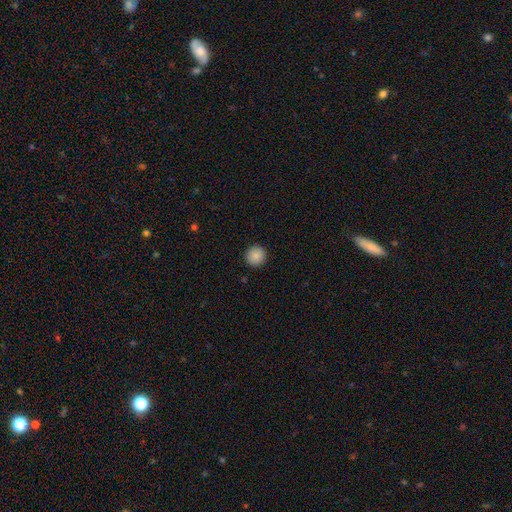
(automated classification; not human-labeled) smooth-or-featured: smooth: 87% | star or artifact: 8% | featured or disk: 4%
  how-rounded: round: 96% | in between: 3% | cigar-shaped: 1%
  merging: none: 93% | minor disturbance: 5% | major disturbance: 2% | merger: 1%